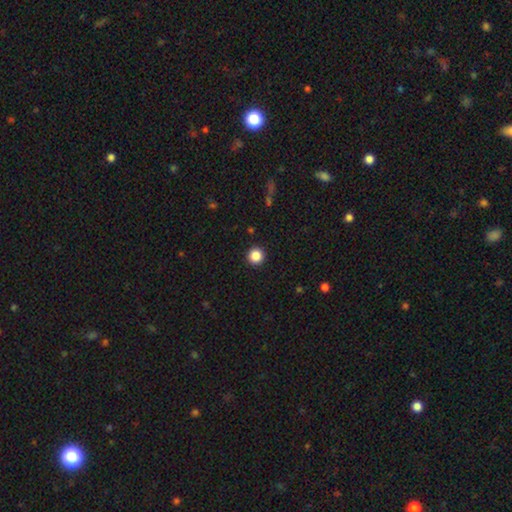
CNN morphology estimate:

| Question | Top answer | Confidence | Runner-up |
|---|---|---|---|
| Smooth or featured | smooth | 86% | star or artifact (11%) |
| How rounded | round | 96% | in between (3%) |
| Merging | none | 93% | minor disturbance (5%) |